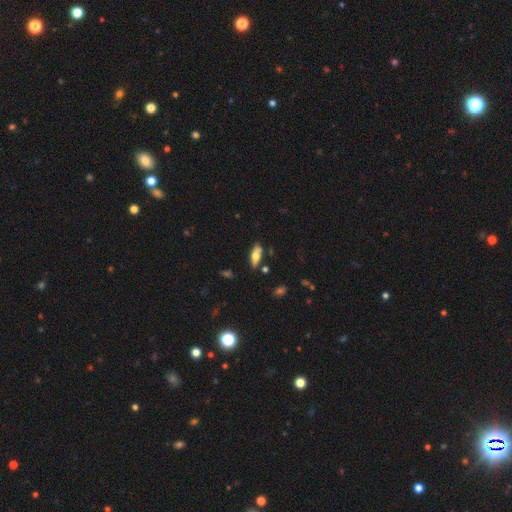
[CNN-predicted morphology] Smooth or featured? Predicted: smooth (p=0.59). How rounded? Predicted: in between (p=0.70). Merging? Predicted: none (p=0.80).